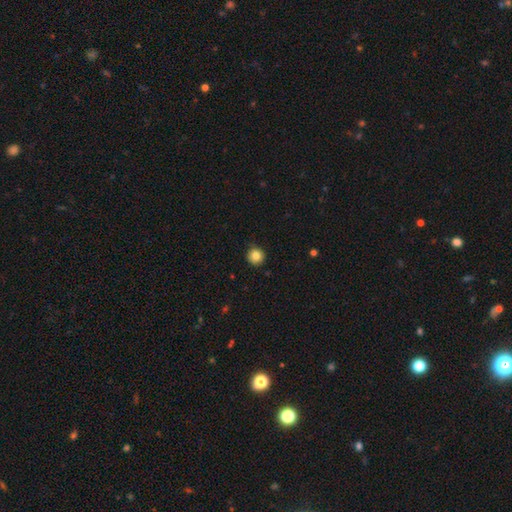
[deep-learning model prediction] The model was most divided on "smooth or featured": smooth: 84%, star or artifact: 10%, featured or disk: 5%. More confident: how rounded — round (95%); merging — none (89%).